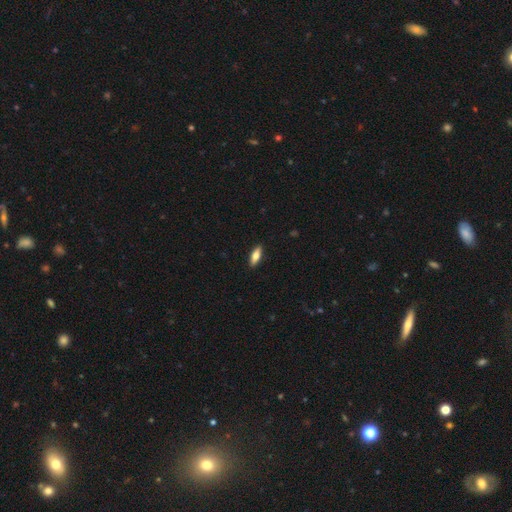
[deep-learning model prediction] A smooth galaxy with no disk features (71%) that is in between round and cigar-shaped (63%). Merging: none (90%).